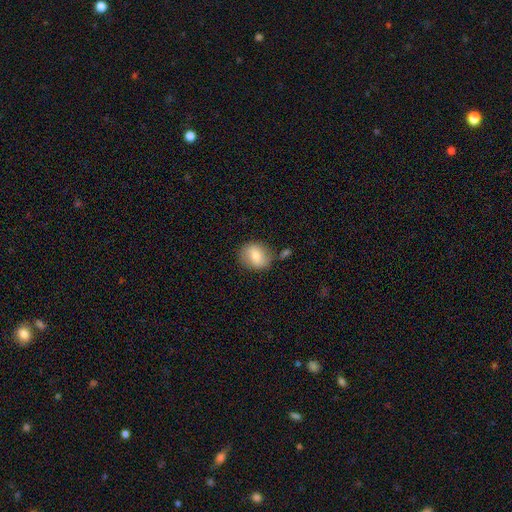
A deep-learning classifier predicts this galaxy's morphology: A smooth galaxy with no disk features (74%) that is round (68%). Merging: none (77%).